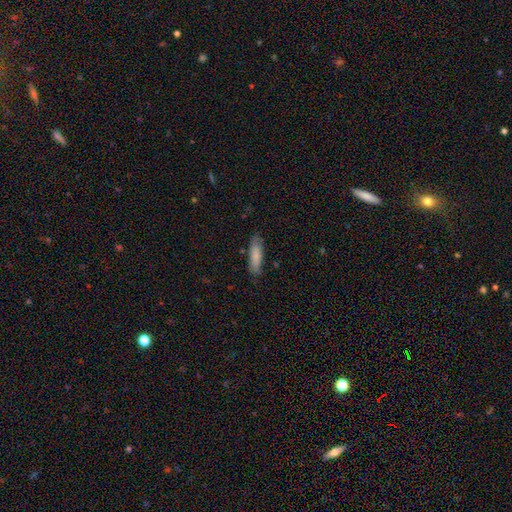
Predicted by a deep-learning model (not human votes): This is clearly a smooth galaxy (82%). How rounded: likely cigar-shaped (62%). Merging: likely none (80%).